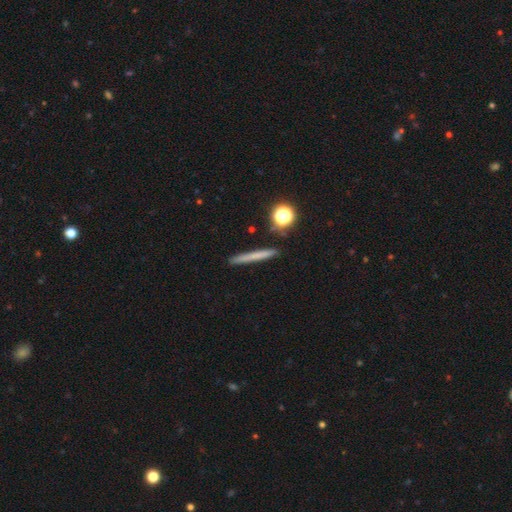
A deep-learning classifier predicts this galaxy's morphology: The model was most divided on "smooth or featured": smooth: 64%, featured or disk: 26%, star or artifact: 10%. More confident: how rounded — cigar-shaped (94%); merging — none (89%).